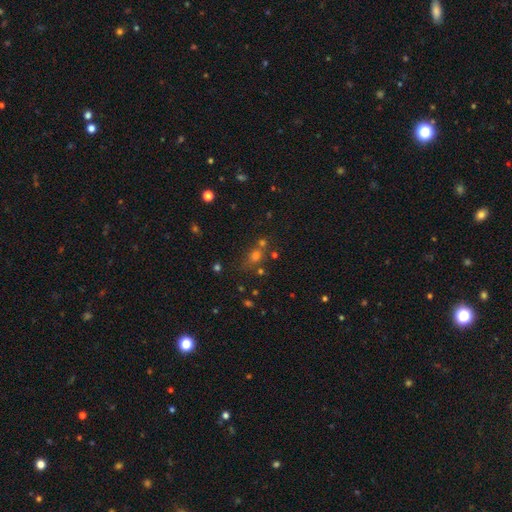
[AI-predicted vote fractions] Smooth or featured? smooth (58%)
How rounded? round (67%)
Merging? none (59%)